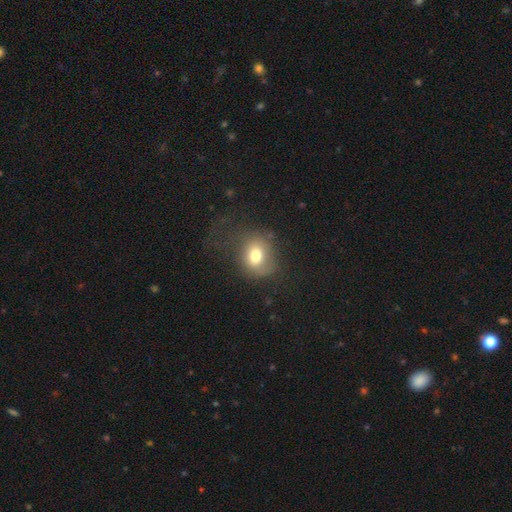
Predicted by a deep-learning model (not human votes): Morphology: type=smooth (73%); roundness=round (63%); merging=none (52%).